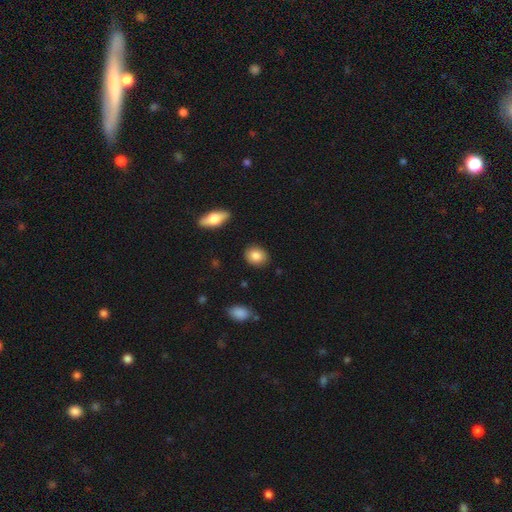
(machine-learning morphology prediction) Smooth or featured: smooth — 85% (featured or disk — 7%)
How rounded: round — 57% (in between — 42%)
Merging: none — 88% (minor disturbance — 8%)